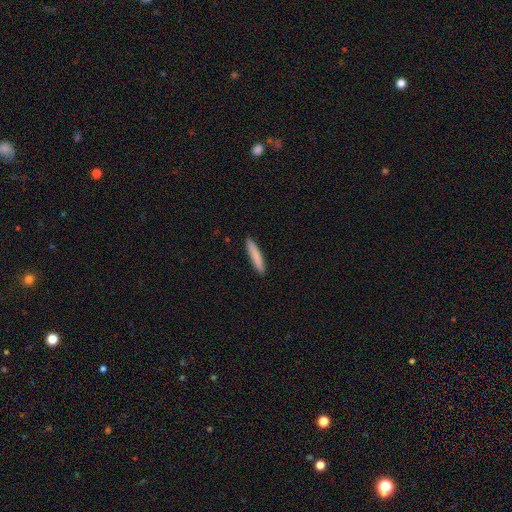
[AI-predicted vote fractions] This appears to be a smooth galaxy with no disk features (83%) that is cigar-shaped (93%). Merging: none (91%).